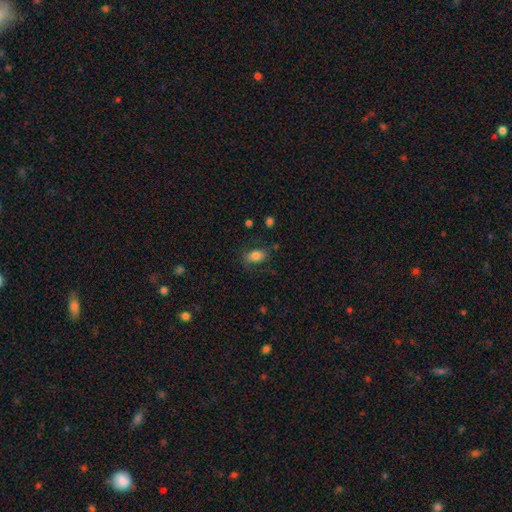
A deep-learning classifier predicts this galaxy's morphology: This appears to be a smooth galaxy with no disk features (78%) that is in between round and cigar-shaped (88%). Merging: none (69%).